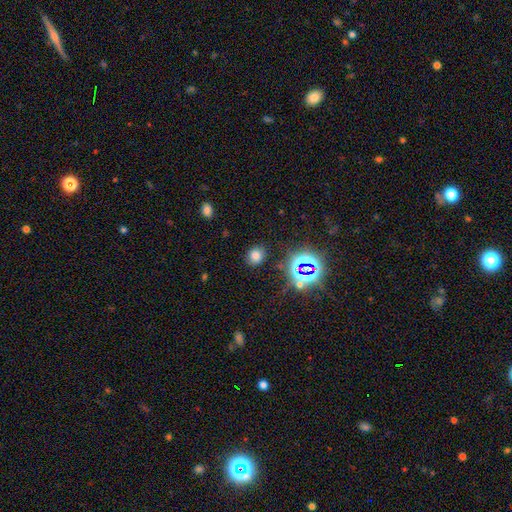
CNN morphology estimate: Smooth or featured? smooth (69%)
How rounded? round (72%)
Merging? none (84%)